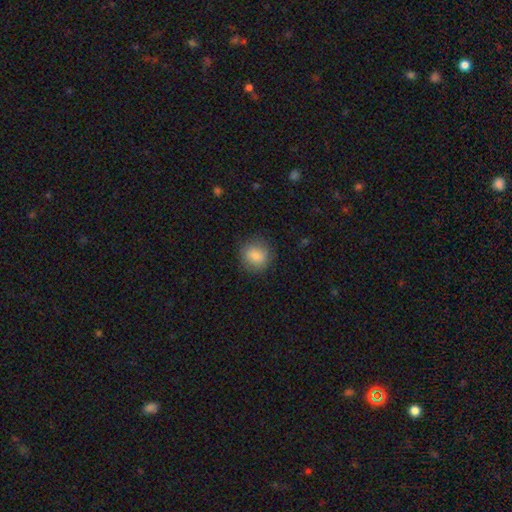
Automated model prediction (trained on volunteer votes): Q: Smooth or featured?
A: smooth (83%); runner-up: star or artifact (8%)
Q: How rounded?
A: round (86%); runner-up: in between (13%)
Q: Merging?
A: none (85%); runner-up: minor disturbance (11%)